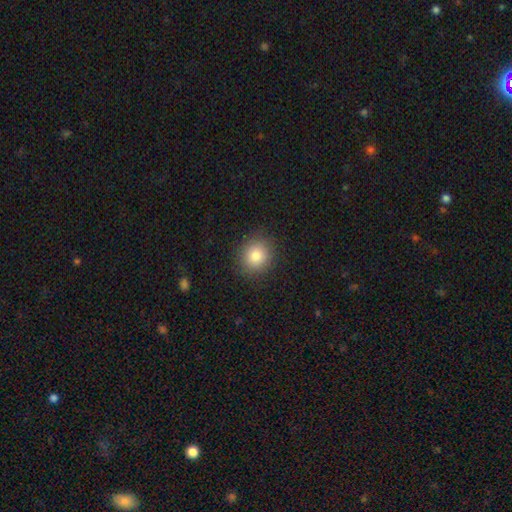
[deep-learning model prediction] The model was most divided on "how rounded": round: 79%, in between: 20%, cigar-shaped: 1%. More confident: merging — none (88%); smooth or featured — smooth (83%).